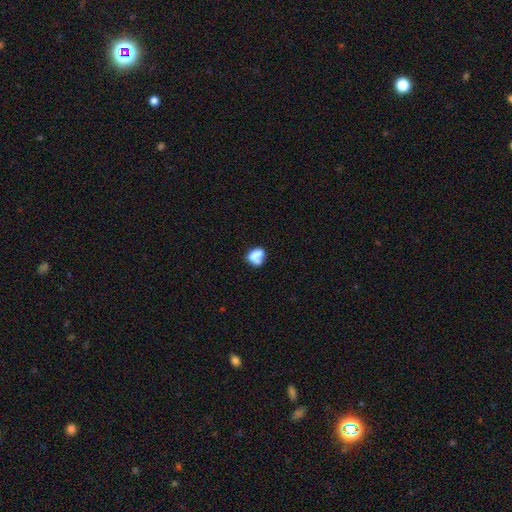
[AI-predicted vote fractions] This appears to be a smooth galaxy with no disk features (69%) that is in between round and cigar-shaped (60%). Merging: none (34%).